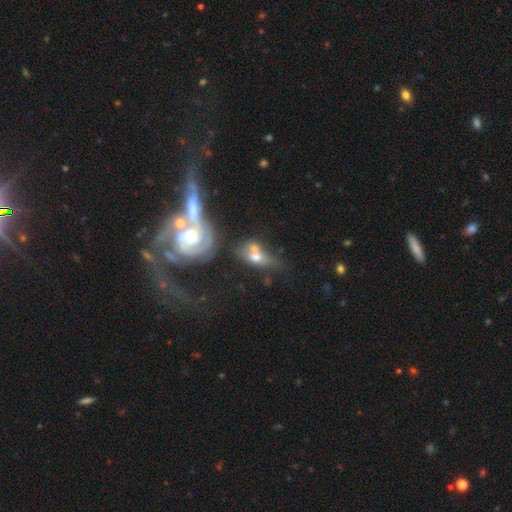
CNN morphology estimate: smooth_or_featured: smooth (p=0.50) [alt: featured or disk p=0.38]
how_rounded: in between (p=0.66) [alt: round p=0.25]
merging: merger (p=0.53) [alt: none p=0.21]